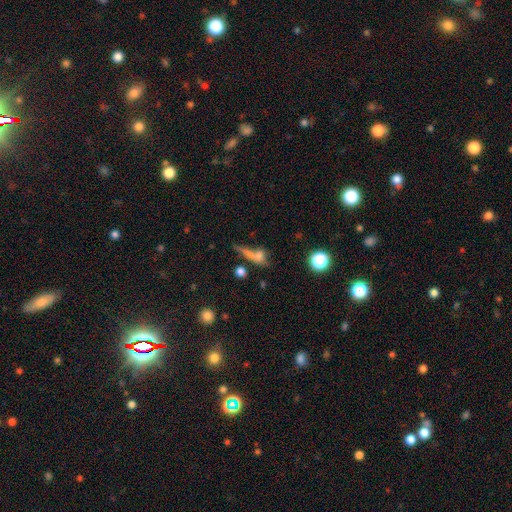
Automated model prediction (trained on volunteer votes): This appears to be a smooth galaxy with no disk features (60%) that is cigar-shaped (42%). Merging: none (37%).